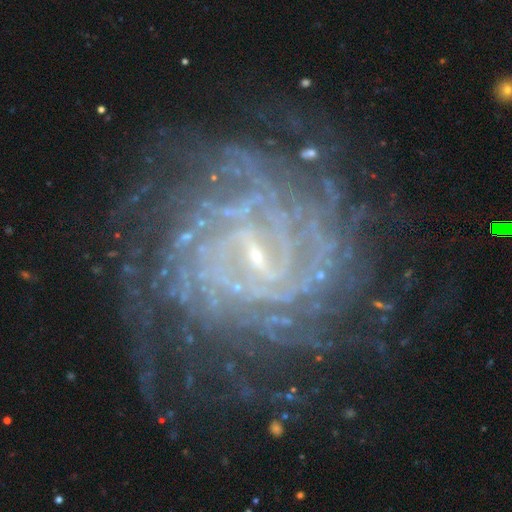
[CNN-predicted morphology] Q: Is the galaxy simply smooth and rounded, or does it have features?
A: featured or disk — 90%.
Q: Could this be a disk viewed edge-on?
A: no — 98%.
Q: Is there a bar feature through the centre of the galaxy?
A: weak — 53%.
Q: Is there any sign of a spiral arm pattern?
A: yes — 97%.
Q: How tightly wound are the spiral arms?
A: tight — 79%.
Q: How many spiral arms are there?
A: can't tell — 29%.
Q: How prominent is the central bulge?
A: small — 82%.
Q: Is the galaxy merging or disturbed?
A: none — 74%.